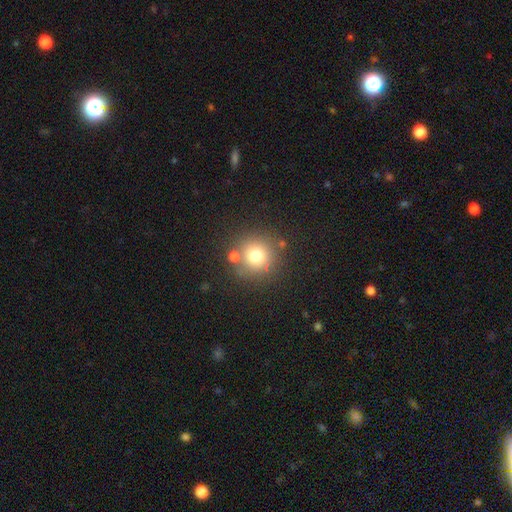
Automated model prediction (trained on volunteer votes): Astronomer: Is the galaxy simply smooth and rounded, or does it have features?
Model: smooth — 73%.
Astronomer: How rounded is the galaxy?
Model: round — 94%.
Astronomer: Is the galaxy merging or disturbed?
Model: none — 78%.